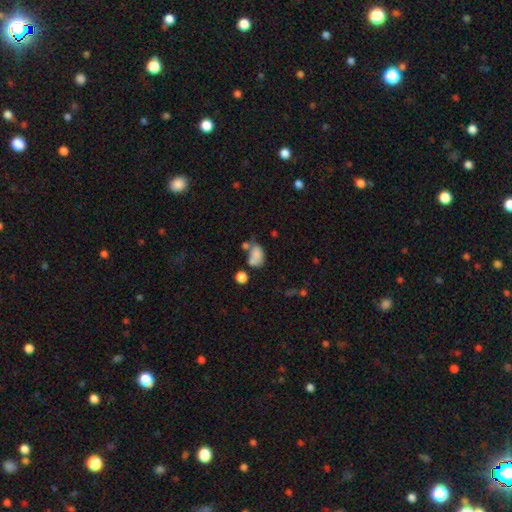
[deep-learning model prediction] smooth 74%, featured or disk 15%, star or artifact 11%. Down the decision tree: how rounded — in between (83%); merging — merger (33%).